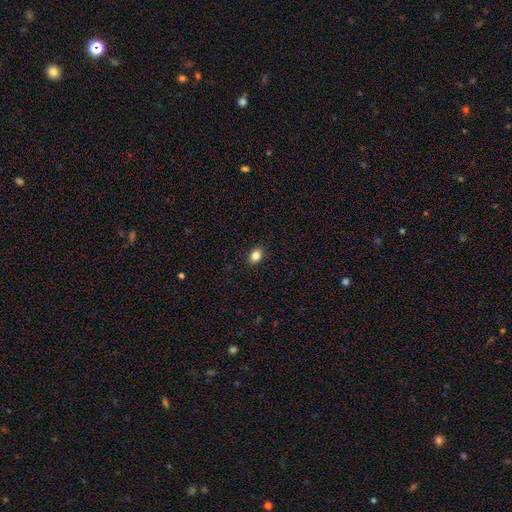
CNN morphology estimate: Smooth or featured: smooth — 84% (star or artifact — 10%)
How rounded: in between — 62% (round — 37%)
Merging: none — 91% (minor disturbance — 7%)